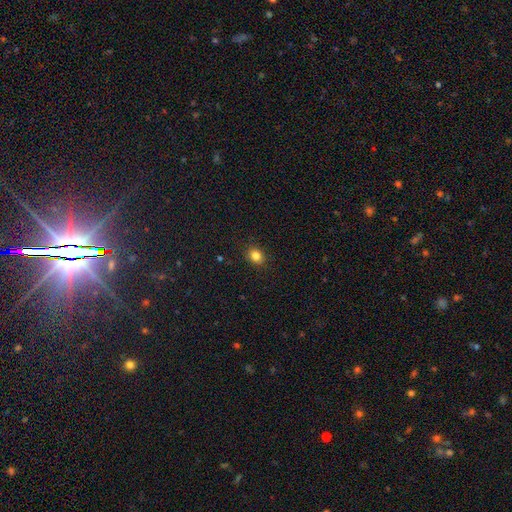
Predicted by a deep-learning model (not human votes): Q: Smooth or featured?
A: smooth (84%); runner-up: star or artifact (11%)
Q: How rounded?
A: round (57%); runner-up: in between (42%)
Q: Merging?
A: none (90%); runner-up: minor disturbance (7%)